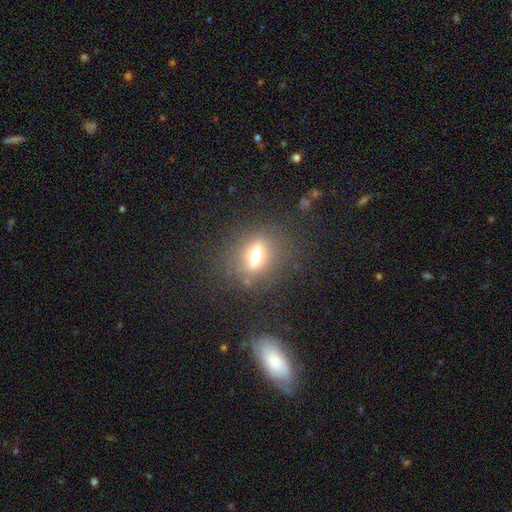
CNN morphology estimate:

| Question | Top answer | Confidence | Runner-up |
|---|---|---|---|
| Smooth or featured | smooth | 44% | featured or disk (42%) |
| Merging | none | 79% | minor disturbance (11%) |